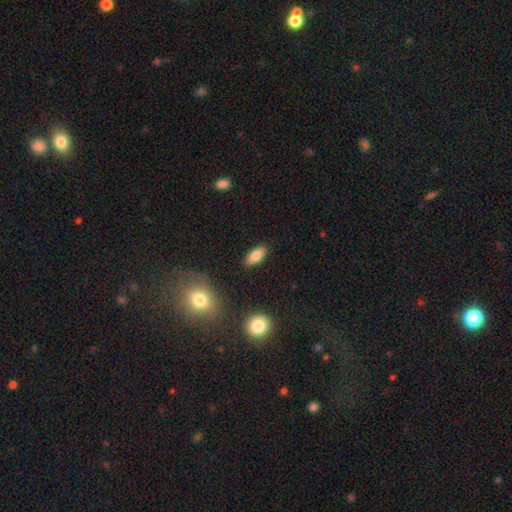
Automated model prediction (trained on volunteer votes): A smooth galaxy with no disk features (81%) that is in between round and cigar-shaped (85%). Merging: none (88%).